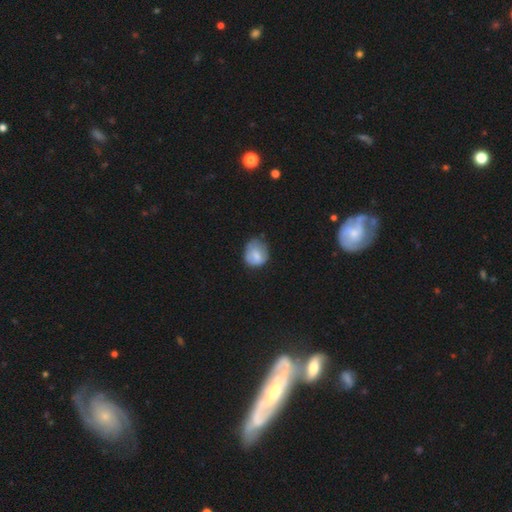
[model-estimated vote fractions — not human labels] A smooth galaxy with no disk features (72%) that is round (68%). Merging: none (54%).